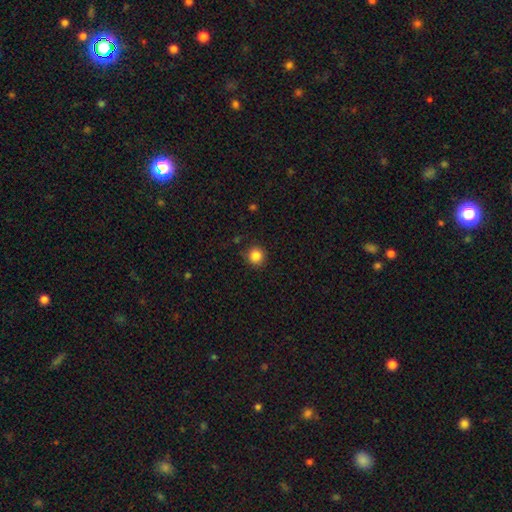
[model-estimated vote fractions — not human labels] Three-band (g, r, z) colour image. It shows a smooth galaxy with no disk features (85%) that is round (94%). Merging: none (89%).